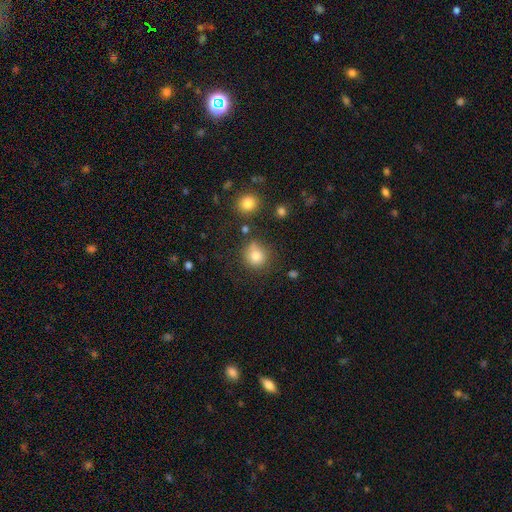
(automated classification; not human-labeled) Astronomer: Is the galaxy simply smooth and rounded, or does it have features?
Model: smooth — 80%.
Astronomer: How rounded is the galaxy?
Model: round — 85%.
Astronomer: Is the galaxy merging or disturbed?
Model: none — 70%.